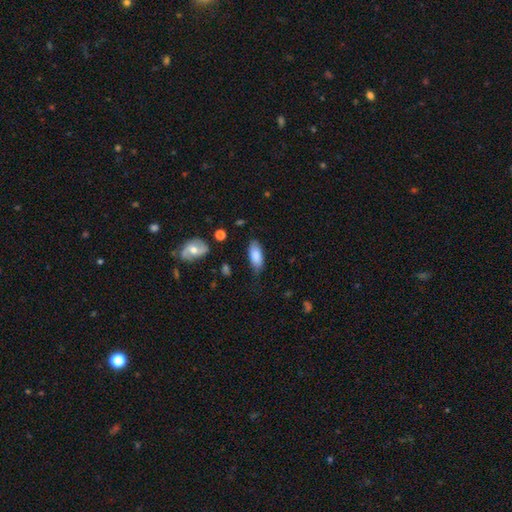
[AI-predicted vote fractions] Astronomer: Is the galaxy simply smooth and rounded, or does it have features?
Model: smooth — 83%.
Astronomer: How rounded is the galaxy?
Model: in between — 85%.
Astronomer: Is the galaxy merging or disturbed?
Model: none — 71%.